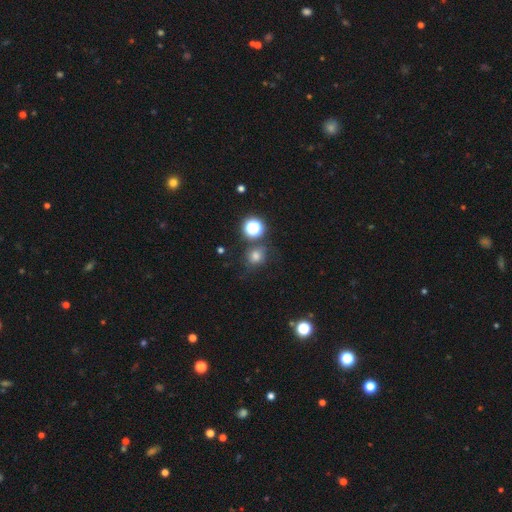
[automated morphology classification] A smooth galaxy with no disk features (67%) that is round (77%). Merging: none (67%).